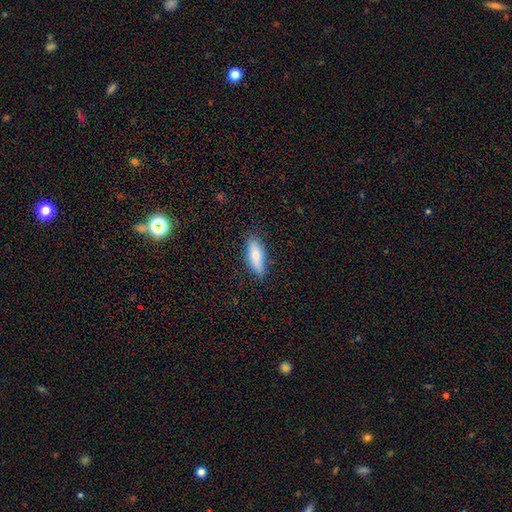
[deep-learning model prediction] A smooth galaxy with no disk features (80%) that is in between round and cigar-shaped (67%). Merging: none (81%).